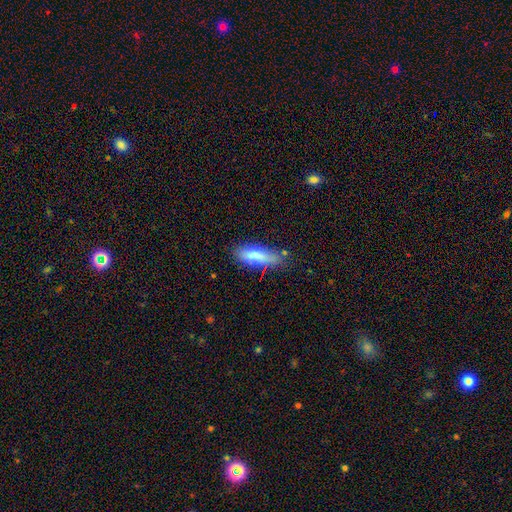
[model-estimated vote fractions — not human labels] smooth_or_featured: smooth (p=0.80) [alt: featured or disk p=0.13]
how_rounded: in between (p=0.50) [alt: cigar-shaped p=0.48]
merging: none (p=0.70) [alt: minor disturbance p=0.21]